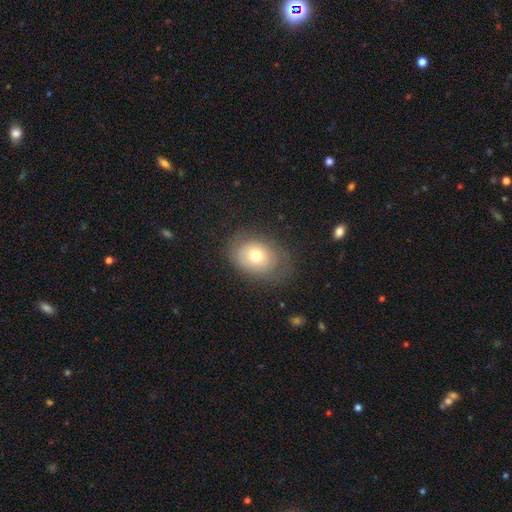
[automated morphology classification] This is likely a smooth galaxy (62%). How rounded: likely in between (65%). Merging: likely none (71%).